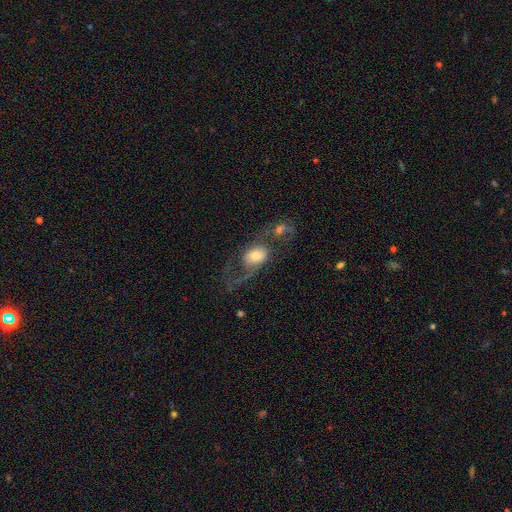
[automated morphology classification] Overall: featured or disk (49%; smooth 43%). Merging: merger (33%; major disturbance 29%).